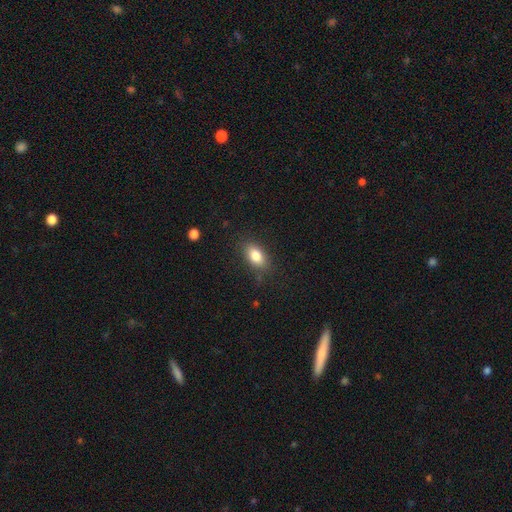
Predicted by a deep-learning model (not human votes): This appears to be a smooth galaxy with no disk features (83%) that is in between round and cigar-shaped (87%). Merging: none (82%).